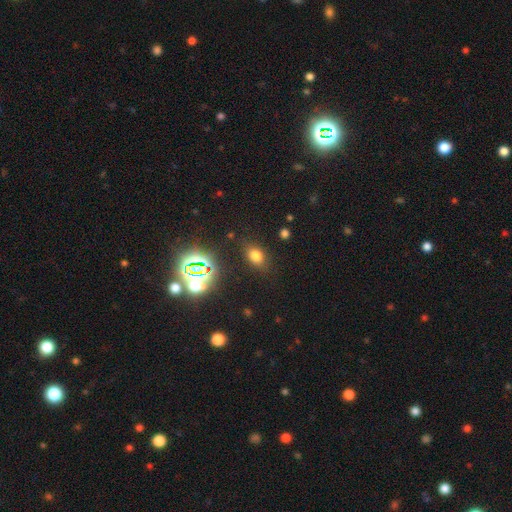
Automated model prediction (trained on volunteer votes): Q: Smooth or featured?
A: smooth (67%); runner-up: star or artifact (24%)
Q: How rounded?
A: in between (70%); runner-up: round (27%)
Q: Merging?
A: none (82%); runner-up: minor disturbance (11%)